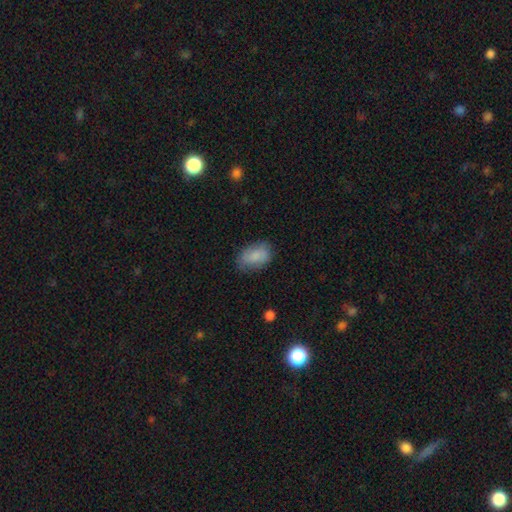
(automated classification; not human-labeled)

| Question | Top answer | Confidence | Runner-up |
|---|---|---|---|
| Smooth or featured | smooth | 82% | featured or disk (11%) |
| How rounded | in between | 91% | round (8%) |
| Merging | none | 72% | minor disturbance (22%) |